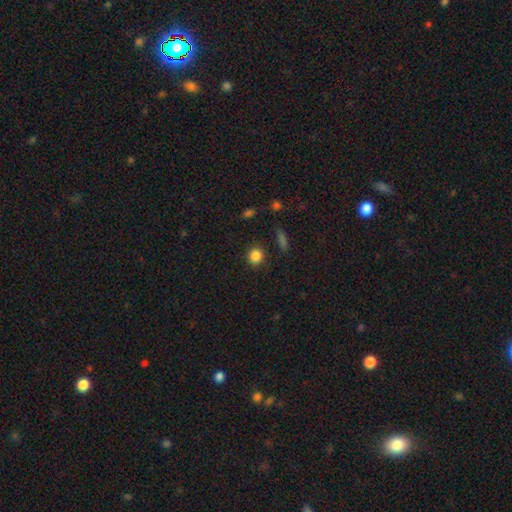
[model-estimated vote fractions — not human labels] This is clearly a smooth galaxy (85%). How rounded: clearly round (82%). Merging: clearly none (86%).